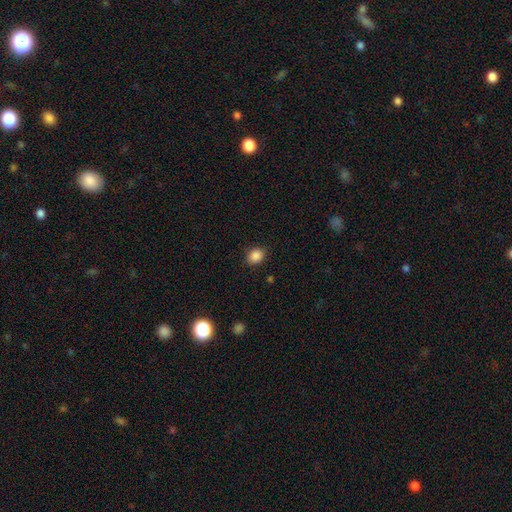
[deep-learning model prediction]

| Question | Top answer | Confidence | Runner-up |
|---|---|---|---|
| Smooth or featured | smooth | 87% | star or artifact (10%) |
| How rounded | round | 51% | in between (48%) |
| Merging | none | 86% | minor disturbance (10%) |